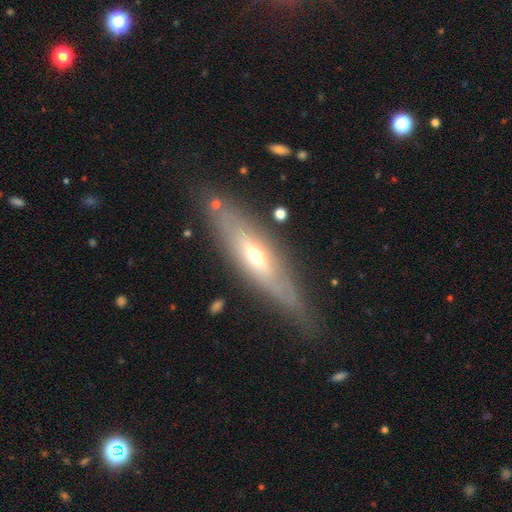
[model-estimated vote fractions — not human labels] featured or disk 64%, smooth 29%, star or artifact 7%. Down the decision tree: edge-on disk — yes (66%); merging — none (74%).